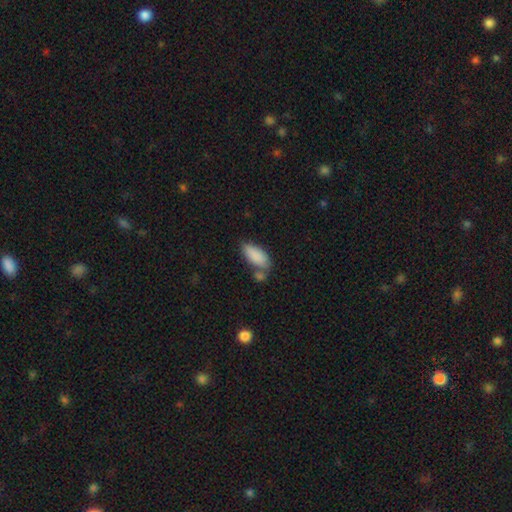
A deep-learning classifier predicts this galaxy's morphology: smooth-or-featured: smooth: 87% | featured or disk: 7% | star or artifact: 7%
  how-rounded: in between: 82% | cigar-shaped: 16% | round: 2%
  merging: none: 53% | merger: 22% | minor disturbance: 19% | major disturbance: 6%